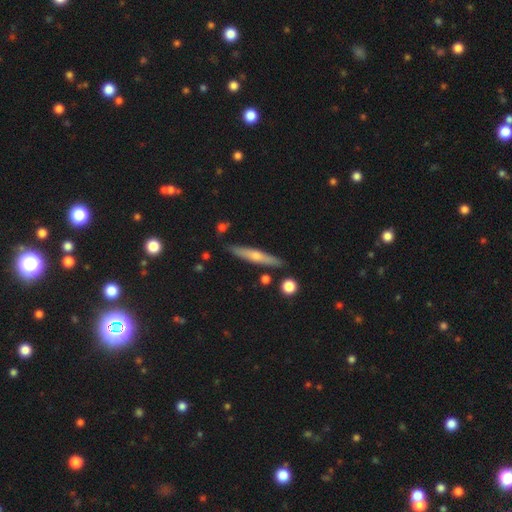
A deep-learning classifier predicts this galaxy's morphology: This is likely a featured or disk galaxy (64%). It is clearly viewed edge-on (93%). Edge-on bulge: clearly rounded (83%). Merging: clearly none (86%).